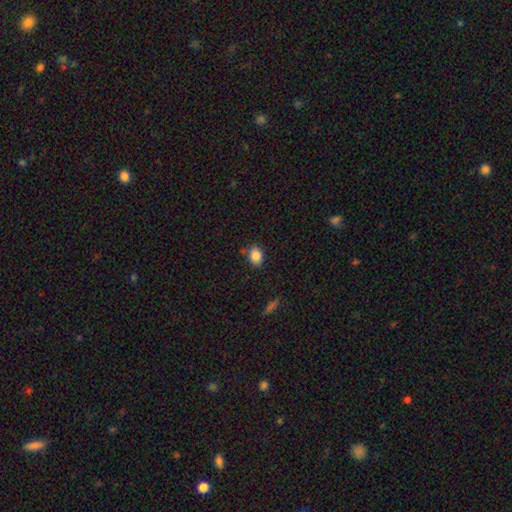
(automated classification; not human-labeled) Morphology: type=smooth (85%); roundness=in between (67%); merging=none (75%).